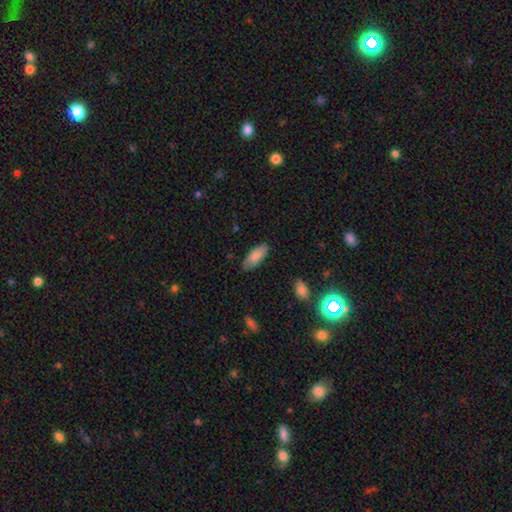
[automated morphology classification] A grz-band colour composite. It shows a smooth galaxy with no disk features (85%) that is in between round and cigar-shaped (78%). Merging: none (83%).